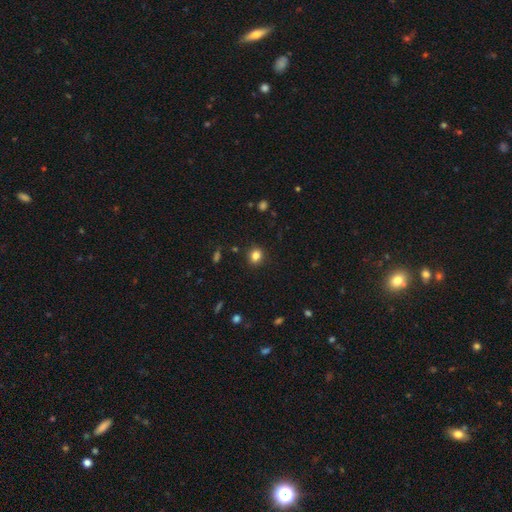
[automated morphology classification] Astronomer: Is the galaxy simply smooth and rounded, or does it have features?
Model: smooth — 82%.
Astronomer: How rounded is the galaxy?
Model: round — 75%.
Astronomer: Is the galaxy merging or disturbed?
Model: none — 88%.